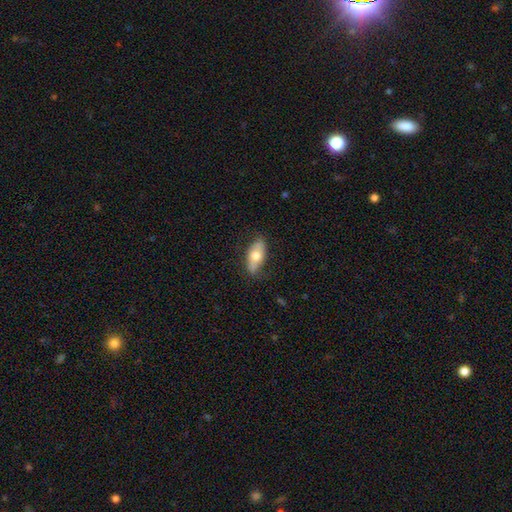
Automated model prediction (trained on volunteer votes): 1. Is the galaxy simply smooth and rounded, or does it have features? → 62% smooth, 32% featured or disk, 6% star or artifact.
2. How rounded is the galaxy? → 84% in between, 12% cigar-shaped, 4% round.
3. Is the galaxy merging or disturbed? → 76% none, 19% minor disturbance, 4% major disturbance, 1% merger.